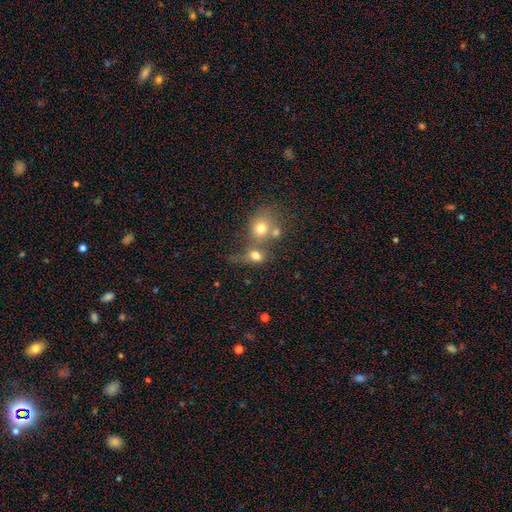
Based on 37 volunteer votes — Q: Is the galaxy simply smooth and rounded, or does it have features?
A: smooth — 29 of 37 (78%).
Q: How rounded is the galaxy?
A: in between — 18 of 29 (62%).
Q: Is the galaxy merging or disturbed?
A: merger — 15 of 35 (43%).